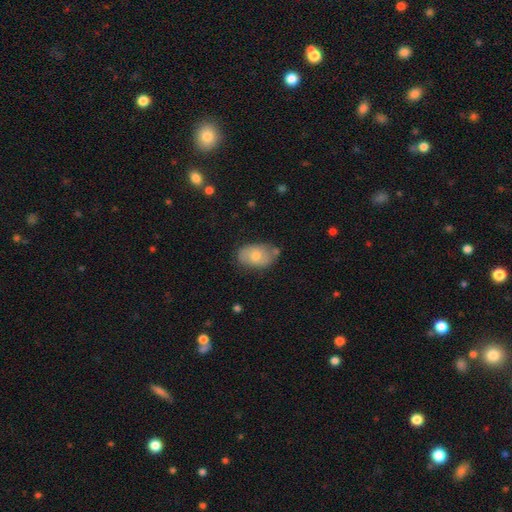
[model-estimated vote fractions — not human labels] A smooth galaxy with no disk features (61%) that is in between round and cigar-shaped (87%). Merging: none (72%).